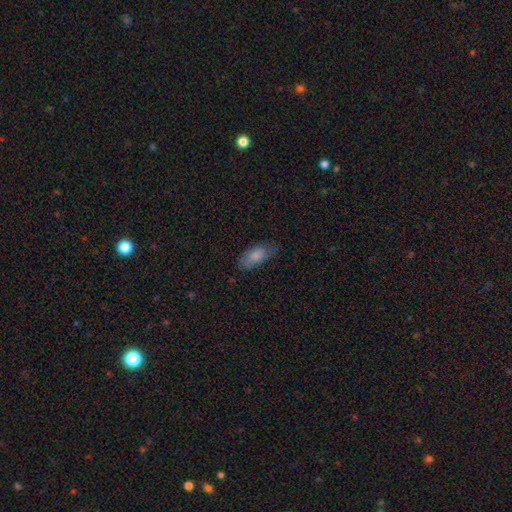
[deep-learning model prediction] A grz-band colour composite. It shows a smooth galaxy with no disk features (81%) that is in between round and cigar-shaped (85%). Merging: none (68%).